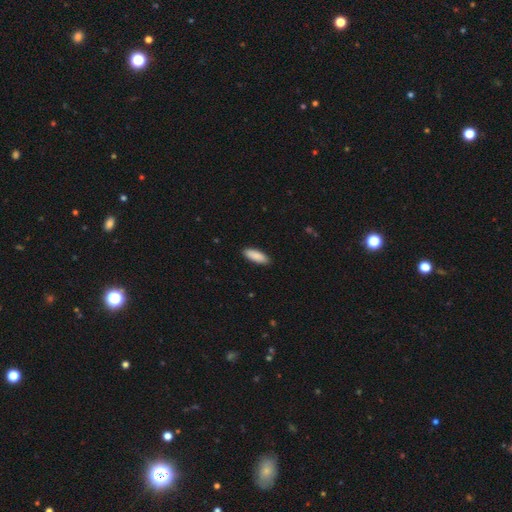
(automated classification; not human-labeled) This is clearly a smooth galaxy (90%). How rounded: likely in between (69%). Merging: clearly none (89%).